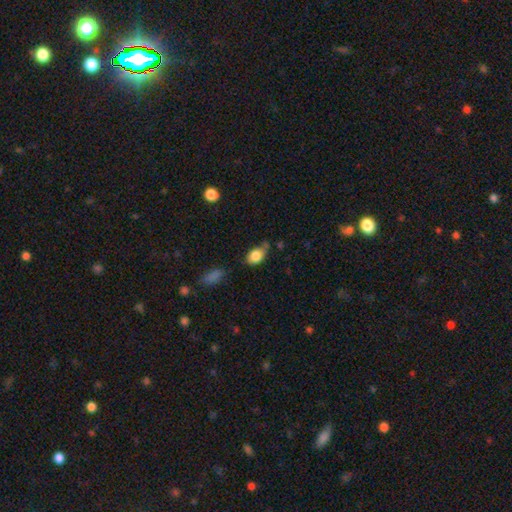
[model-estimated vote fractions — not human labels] The model was most divided on "merging": none: 47%, minor disturbance: 34%, major disturbance: 11%, merger: 8%. More confident: smooth or featured — smooth (83%); how rounded — in between (76%).